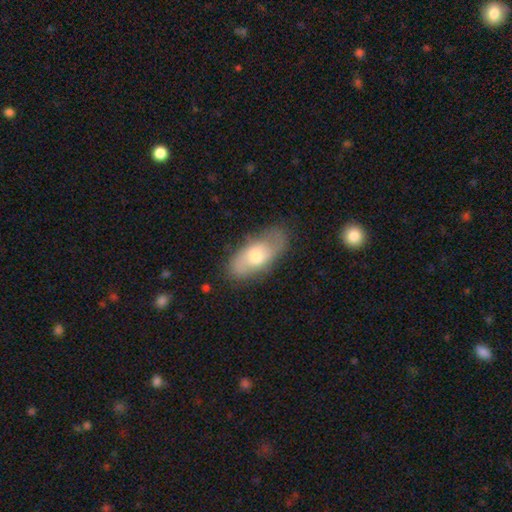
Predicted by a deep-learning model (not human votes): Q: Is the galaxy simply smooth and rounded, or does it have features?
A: smooth — 52%.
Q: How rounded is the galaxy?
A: in between — 87%.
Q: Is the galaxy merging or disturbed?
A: none — 73%.